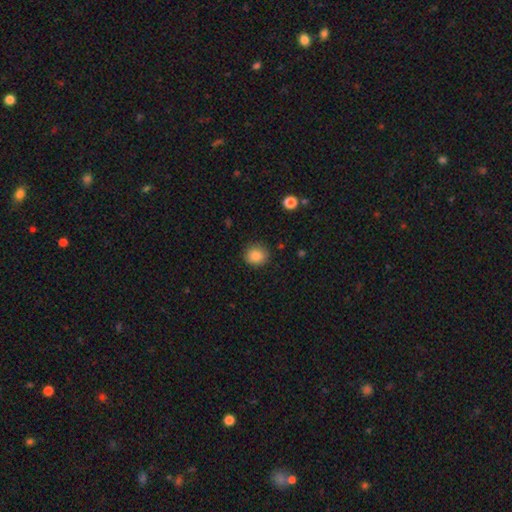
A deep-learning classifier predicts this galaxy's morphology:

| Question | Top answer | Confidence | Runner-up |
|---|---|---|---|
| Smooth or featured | smooth | 87% | star or artifact (9%) |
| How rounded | round | 82% | in between (17%) |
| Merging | none | 88% | minor disturbance (9%) |